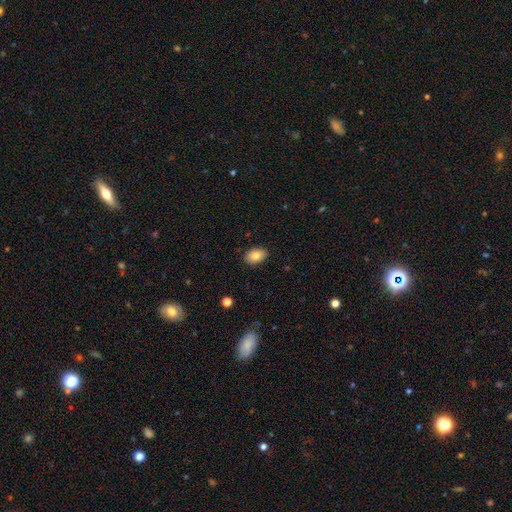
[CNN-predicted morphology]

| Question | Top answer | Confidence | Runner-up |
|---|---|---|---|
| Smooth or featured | smooth | 84% | featured or disk (8%) |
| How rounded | in between | 88% | round (11%) |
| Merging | none | 88% | minor disturbance (9%) |